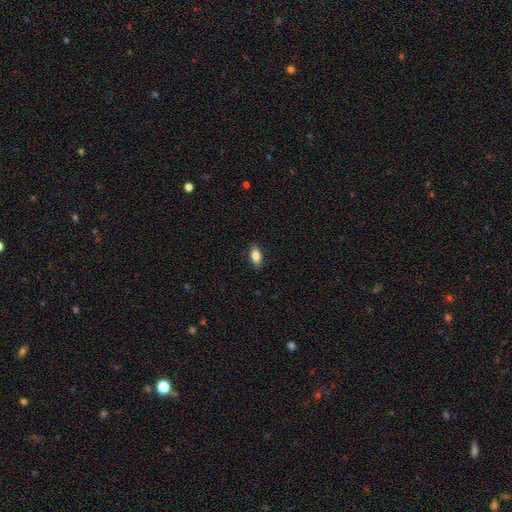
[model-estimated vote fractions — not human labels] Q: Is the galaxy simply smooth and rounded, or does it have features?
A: smooth — 81%.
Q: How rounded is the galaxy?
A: in between — 86%.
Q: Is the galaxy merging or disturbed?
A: none — 87%.